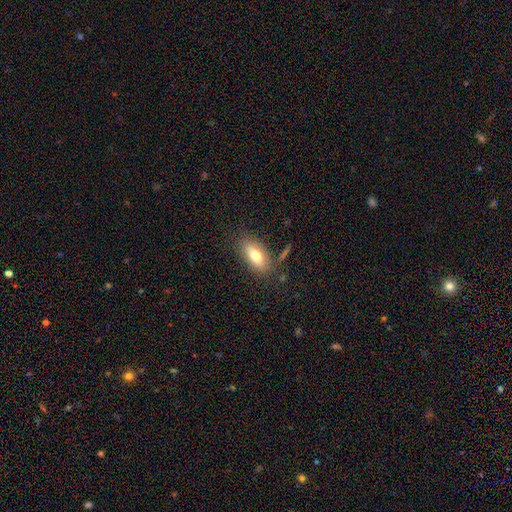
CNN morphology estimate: Smooth or featured? smooth (71%)
How rounded? in between (84%)
Merging? none (78%)